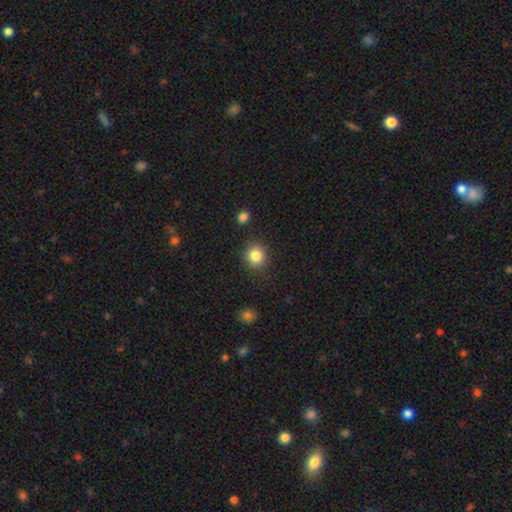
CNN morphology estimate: Overall: smooth (84%). How rounded: round (86%). Merging: none (88%).